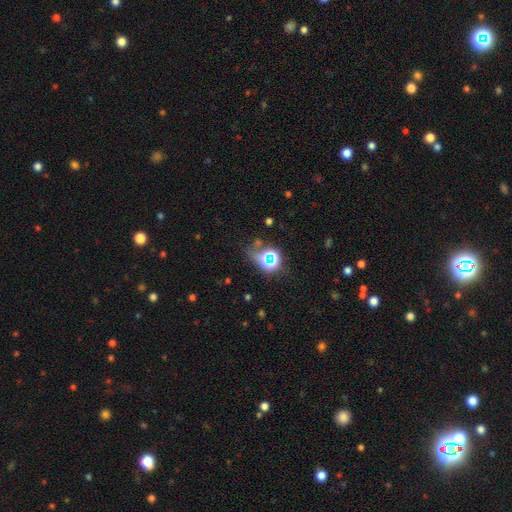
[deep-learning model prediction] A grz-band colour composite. It shows a star or artifact, not a galaxy (58%).